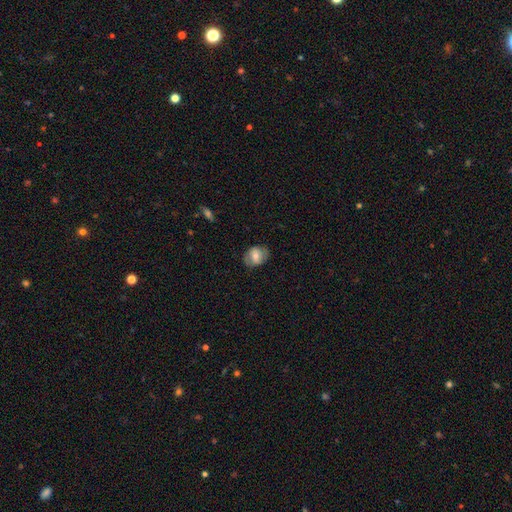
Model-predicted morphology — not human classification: Overall: smooth (59%; featured or disk 33%). How rounded: in between (54%; round 44%). Merging: none (76%).